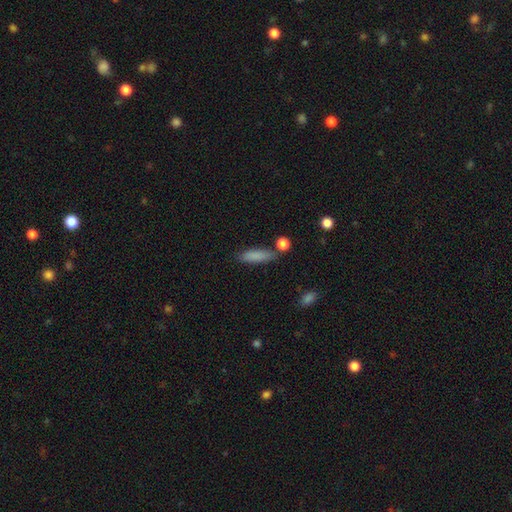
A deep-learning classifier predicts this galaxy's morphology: Q: Smooth or featured?
A: smooth (83%); runner-up: featured or disk (9%)
Q: How rounded?
A: cigar-shaped (59%); runner-up: in between (38%)
Q: Merging?
A: none (75%); runner-up: minor disturbance (14%)